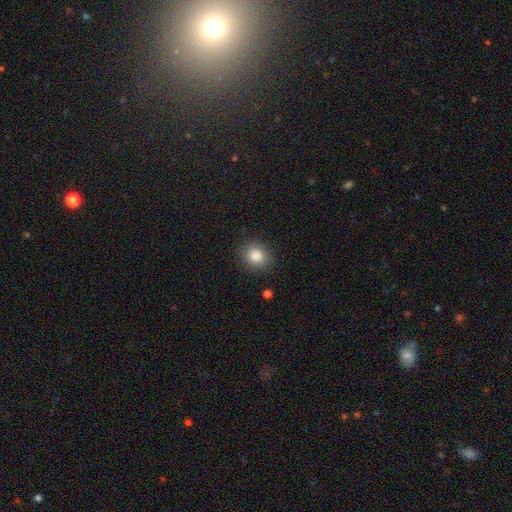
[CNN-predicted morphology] type=smooth (86%); roundness=round (75%); merging=none (87%).